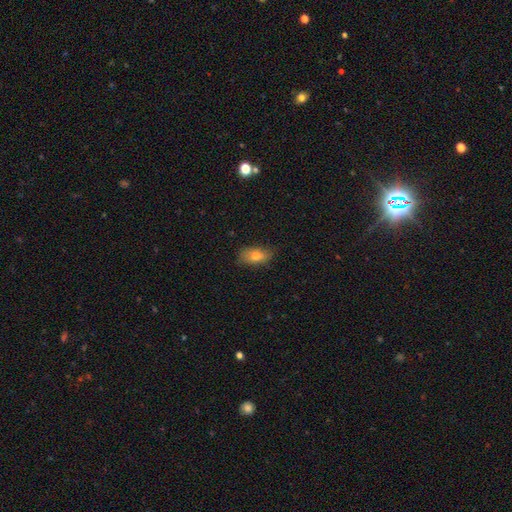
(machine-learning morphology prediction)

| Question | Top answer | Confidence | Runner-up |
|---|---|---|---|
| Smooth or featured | smooth | 75% | featured or disk (16%) |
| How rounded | in between | 87% | round (7%) |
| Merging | none | 73% | minor disturbance (21%) |